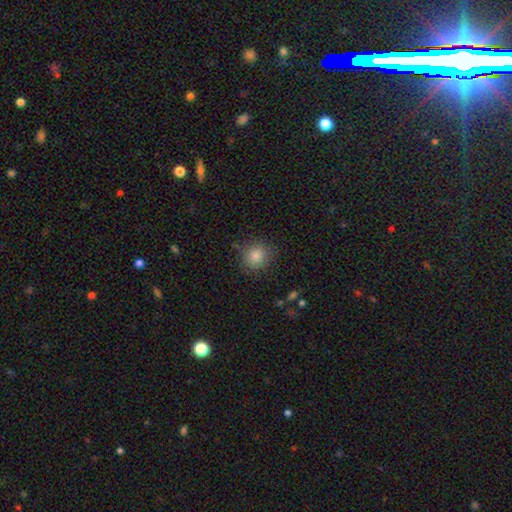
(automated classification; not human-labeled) Smooth or featured: smooth — 83% (star or artifact — 12%)
How rounded: round — 85% (in between — 14%)
Merging: none — 85% (minor disturbance — 11%)